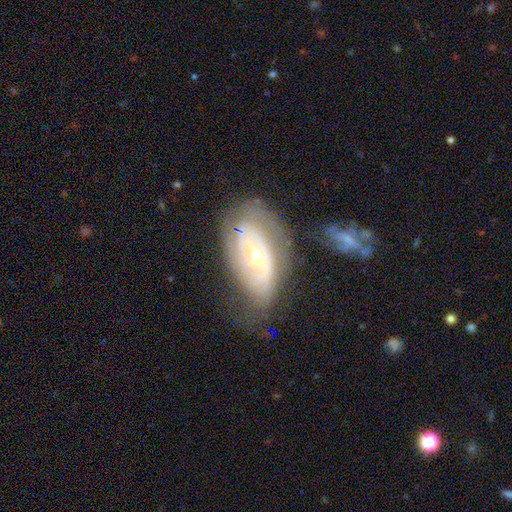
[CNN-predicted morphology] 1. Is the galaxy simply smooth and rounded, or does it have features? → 76% featured or disk, 17% smooth, 7% star or artifact.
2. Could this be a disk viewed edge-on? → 93% no, 7% yes.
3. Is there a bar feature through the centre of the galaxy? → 76% no, 19% weak, 5% strong.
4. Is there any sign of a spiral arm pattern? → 81% yes, 19% no.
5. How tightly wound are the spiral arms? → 66% tight, 25% medium, 9% loose.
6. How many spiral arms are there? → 48% can't tell, 29% 2, 11% 3, 5% 1, 4% 4, 3% more than 4.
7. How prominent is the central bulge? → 60% small, 37% moderate, 1% large, 1% none, 1% dominant.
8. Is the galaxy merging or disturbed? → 54% none, 27% minor disturbance, 14% major disturbance, 6% merger.